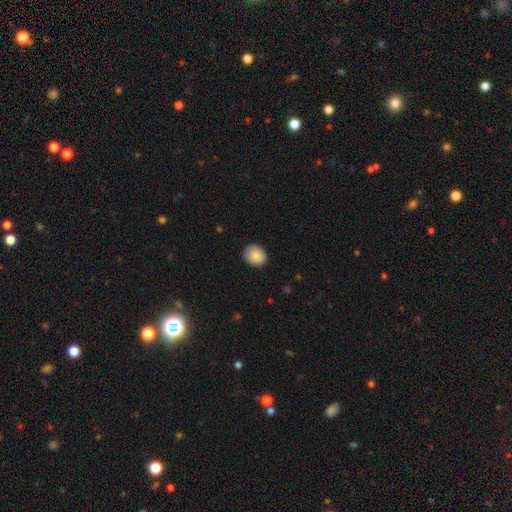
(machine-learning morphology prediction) smooth 88%, star or artifact 8%, featured or disk 5%. Down the decision tree: how rounded — round (66%); merging — none (86%).